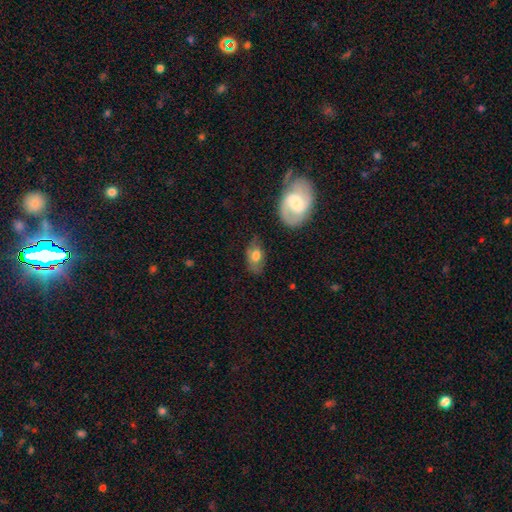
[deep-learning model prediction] Smooth or featured? smooth (59%)
How rounded? in between (87%)
Merging? none (66%)